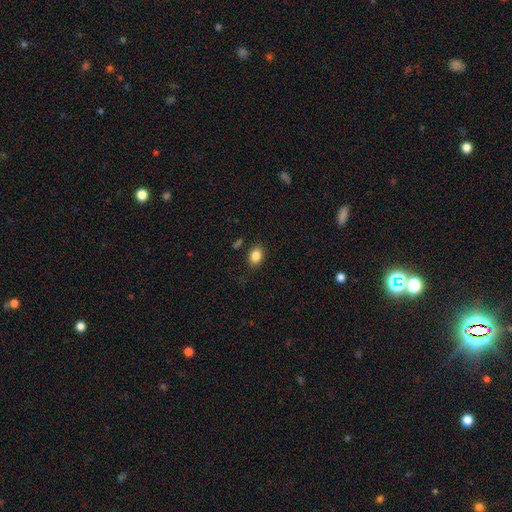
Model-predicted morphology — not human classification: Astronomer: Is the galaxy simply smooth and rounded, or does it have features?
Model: smooth — 85%.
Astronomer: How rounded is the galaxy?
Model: in between — 74%.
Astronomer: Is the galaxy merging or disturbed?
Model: none — 83%.